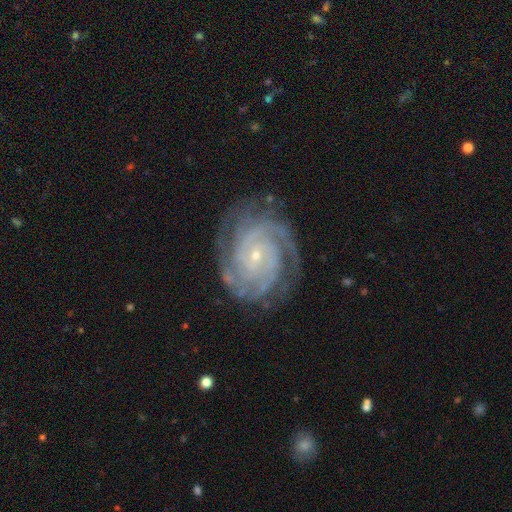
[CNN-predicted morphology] featured or disk 91%, star or artifact 5%, smooth 4%. Down the decision tree: edge-on disk — no (98%); bar — no (70%); spiral arms — yes (98%); spiral arm count — 4 (26%); spiral winding — tight (77%); bulge size — small (83%); merging — none (80%).